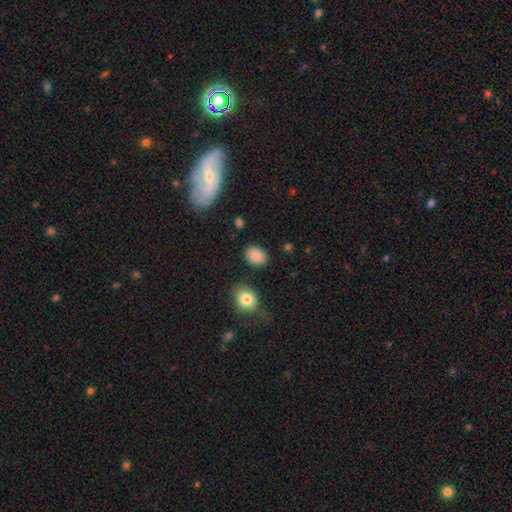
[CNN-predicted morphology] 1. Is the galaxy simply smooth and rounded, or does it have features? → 86% smooth, 9% star or artifact, 5% featured or disk.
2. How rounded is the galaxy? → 70% in between, 29% round, 1% cigar-shaped.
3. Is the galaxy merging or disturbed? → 84% none, 10% minor disturbance, 3% major disturbance, 3% merger.